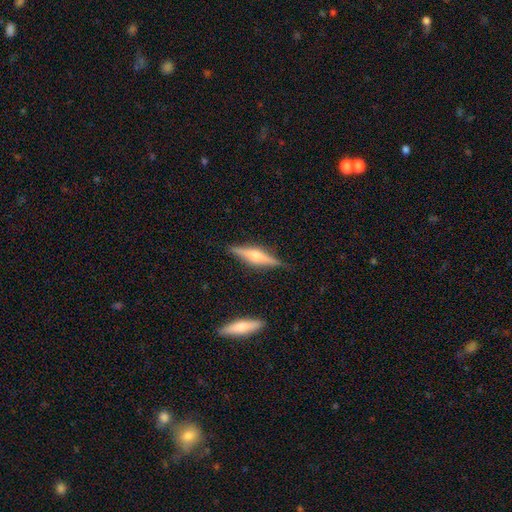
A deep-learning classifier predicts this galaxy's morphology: A featured or disk galaxy (72%) viewed edge-on (97%) with a rounded central bulge (90%).

Vote fractions:
- Smooth or featured? featured or disk: 72% / smooth: 23% / star or artifact: 6%
- Edge-on disk? yes: 97% / no: 3%
- Edge-on bulge? rounded: 90% / boxy: 8% / none: 3%
- Merging? none: 87% / minor disturbance: 10% / major disturbance: 2% / merger: 2%